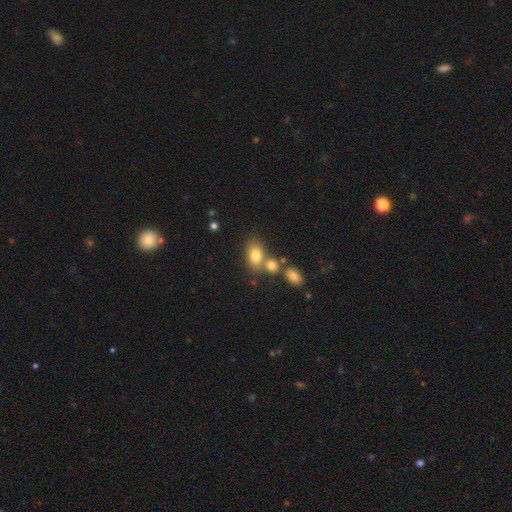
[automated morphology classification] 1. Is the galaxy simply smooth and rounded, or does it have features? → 79% smooth, 11% featured or disk, 10% star or artifact.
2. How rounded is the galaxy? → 79% in between, 19% round, 2% cigar-shaped.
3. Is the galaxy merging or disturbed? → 50% none, 34% merger, 12% minor disturbance, 4% major disturbance.